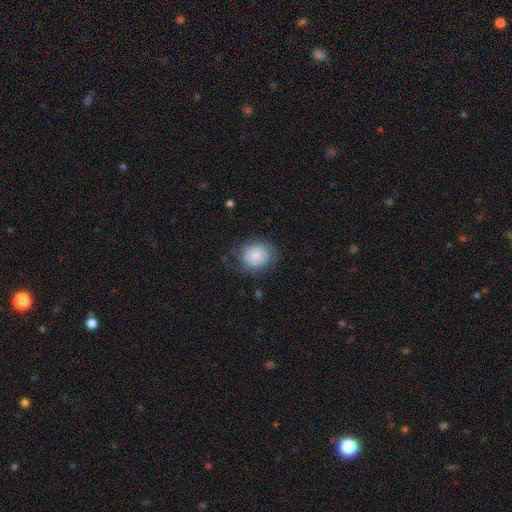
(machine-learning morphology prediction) Smooth or featured?
  - smooth: 75% *
  - featured or disk: 17%
  - star or artifact: 8%
How rounded?
  - round: 72% *
  - in between: 27%
  - cigar-shaped: 1%
Merging?
  - none: 66% *
  - minor disturbance: 21%
  - major disturbance: 12%
  - merger: 1%